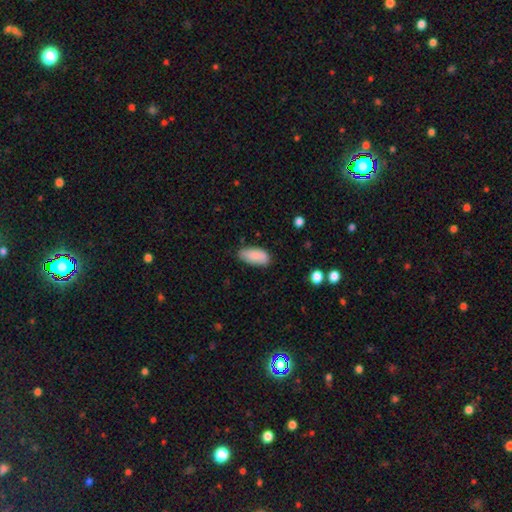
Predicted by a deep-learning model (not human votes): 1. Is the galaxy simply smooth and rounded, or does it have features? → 88% smooth, 6% star or artifact, 6% featured or disk.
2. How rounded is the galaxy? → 91% in between, 7% cigar-shaped, 2% round.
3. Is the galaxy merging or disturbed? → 75% none, 20% minor disturbance, 3% major disturbance, 2% merger.